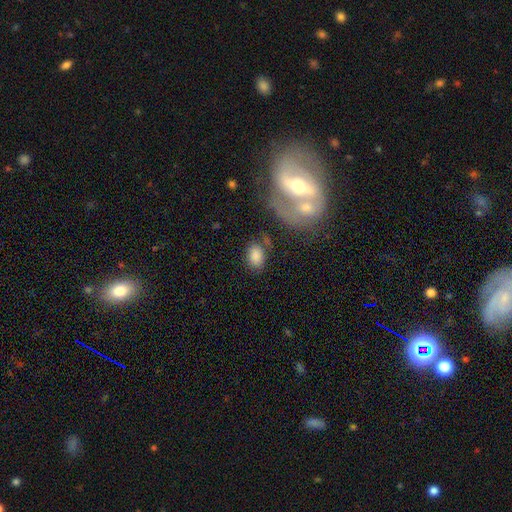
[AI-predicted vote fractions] Smooth or featured?
  - smooth: 83% *
  - featured or disk: 9%
  - star or artifact: 8%
How rounded?
  - in between: 82% *
  - round: 16%
  - cigar-shaped: 1%
Merging?
  - none: 65% *
  - minor disturbance: 18%
  - merger: 10%
  - major disturbance: 7%